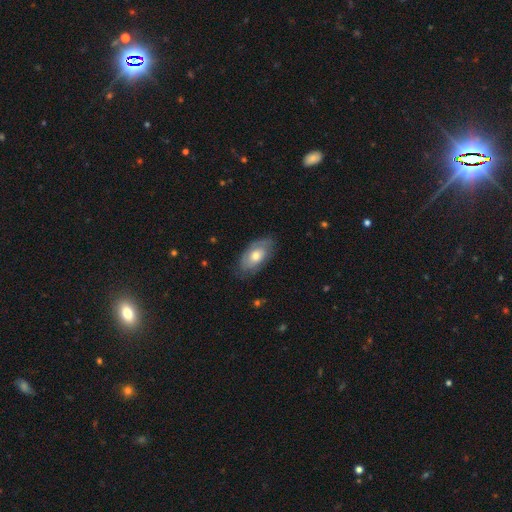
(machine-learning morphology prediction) Smooth or featured? smooth (48%)
Merging? none (73%)